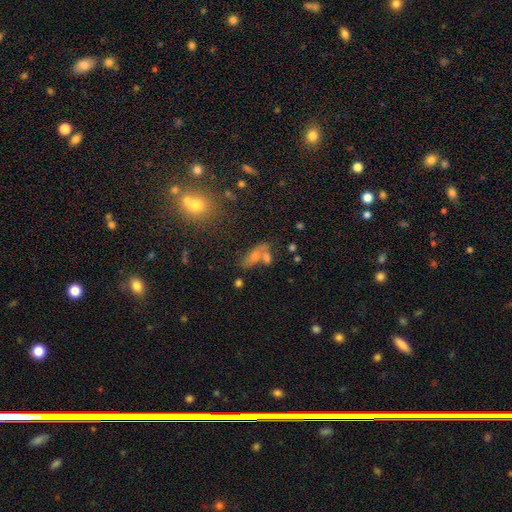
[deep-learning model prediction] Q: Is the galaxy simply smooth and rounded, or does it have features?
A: smooth — 48%.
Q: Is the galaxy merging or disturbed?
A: none — 42%.